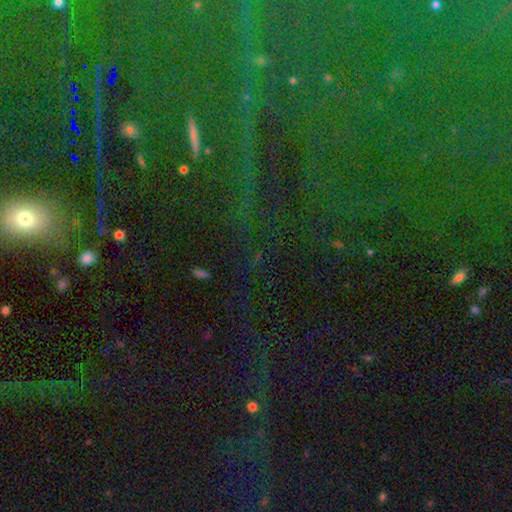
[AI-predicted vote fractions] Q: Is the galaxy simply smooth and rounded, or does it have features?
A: star or artifact — 80%.